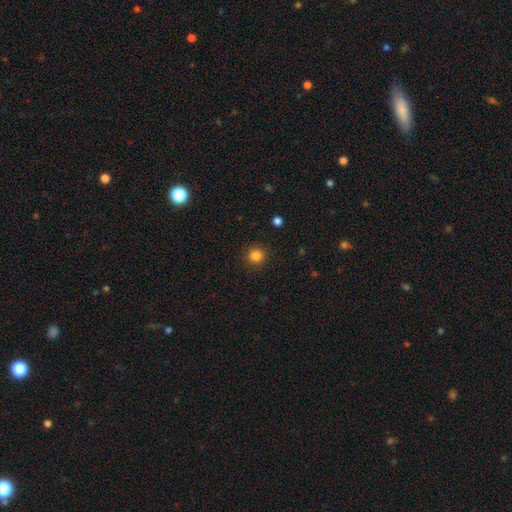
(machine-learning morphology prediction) A smooth galaxy with no disk features (84%) that is round (93%).

Vote fractions:
- Smooth or featured? smooth: 84% / star or artifact: 12% / featured or disk: 4%
- How rounded? round: 93% / in between: 6% / cigar-shaped: 1%
- Merging? none: 91% / minor disturbance: 6% / major disturbance: 2% / merger: 1%